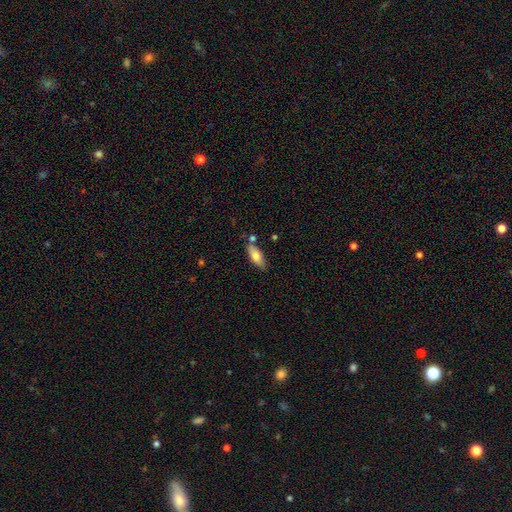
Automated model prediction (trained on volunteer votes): The model was most divided on "how rounded": in between: 69%, cigar-shaped: 28%, round: 2%. More confident: merging — none (74%); smooth or featured — smooth (74%).